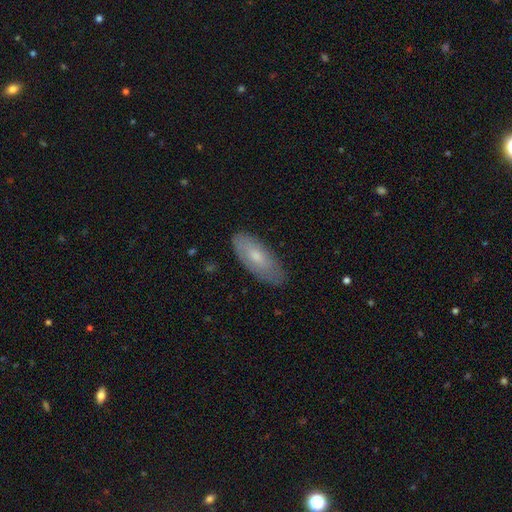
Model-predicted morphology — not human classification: A smooth galaxy with no disk features (59%) that is in between round and cigar-shaped (77%). Merging: none (79%).